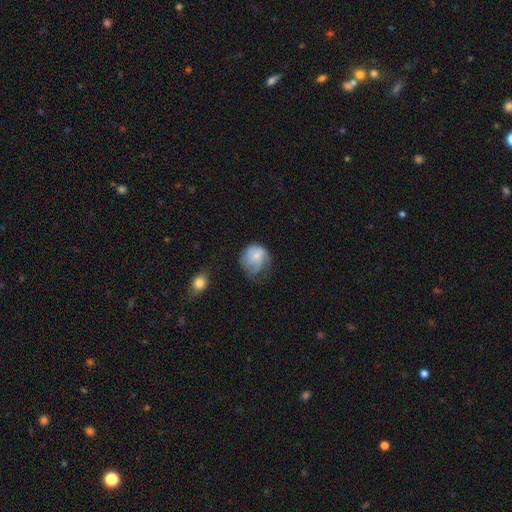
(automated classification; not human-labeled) Overall: smooth (50%; featured or disk 42%). How rounded: round (70%). Merging: none (42%; minor disturbance 31%).